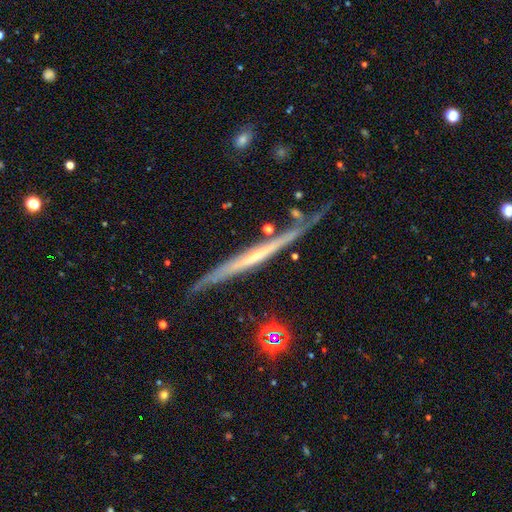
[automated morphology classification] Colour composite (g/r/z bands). It shows a featured or disk galaxy (75%) viewed edge-on (94%) with no central bulge (67%). Merging: none (70%).